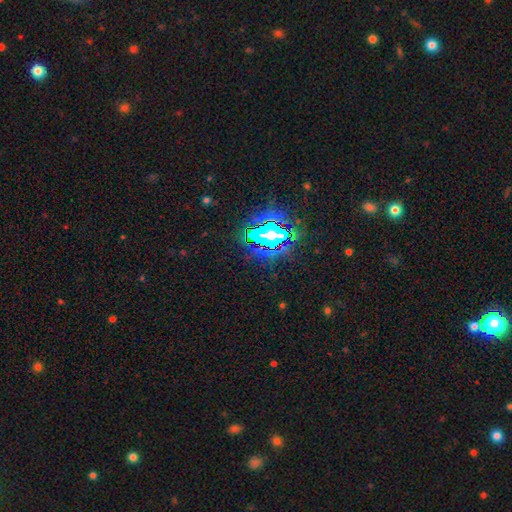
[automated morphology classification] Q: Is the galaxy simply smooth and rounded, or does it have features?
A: star or artifact — 85%.